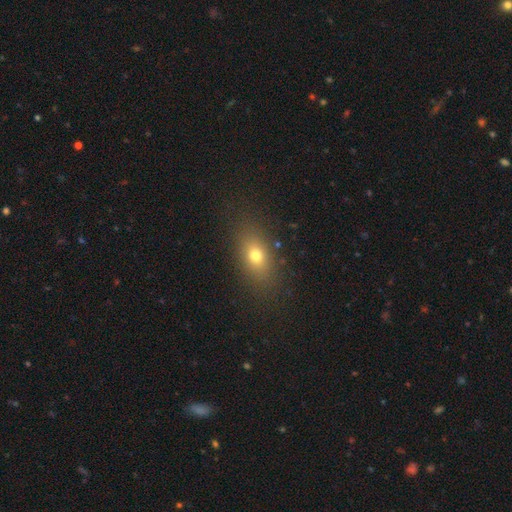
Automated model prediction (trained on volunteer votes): Q: Smooth or featured?
A: smooth (72%); runner-up: featured or disk (14%)
Q: How rounded?
A: in between (77%); runner-up: round (18%)
Q: Merging?
A: none (84%); runner-up: minor disturbance (10%)